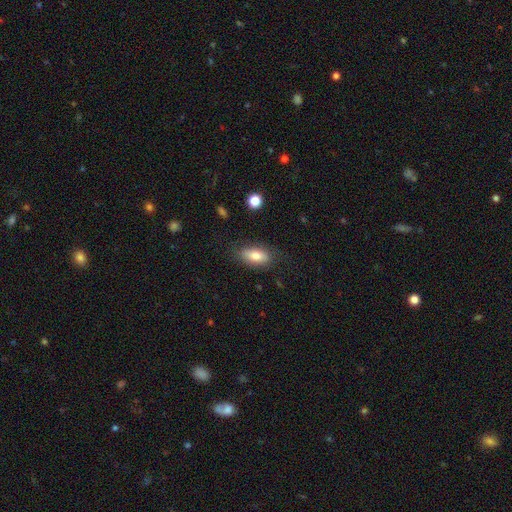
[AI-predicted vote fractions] This is likely a smooth galaxy (79%). How rounded: clearly in between (87%). Merging: likely none (76%).